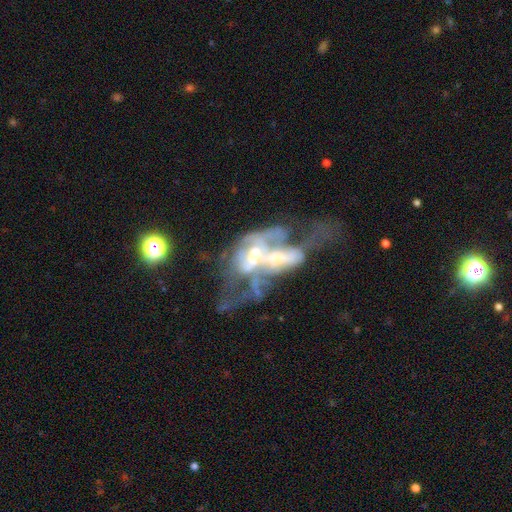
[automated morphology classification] Smooth or featured? Predicted: featured or disk (p=0.73). Edge-on disk? Predicted: no (p=0.93). Bar? Predicted: no (p=0.63). Spiral arms? Predicted: no (p=0.61). Bulge size? Predicted: moderate (p=0.46). Merging? Predicted: merger (p=0.67).